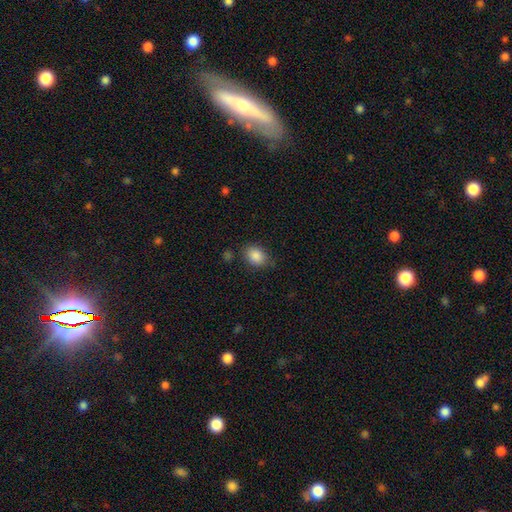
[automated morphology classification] A smooth galaxy with no disk features (87%) that is in between round and cigar-shaped (65%). Merging: none (77%).